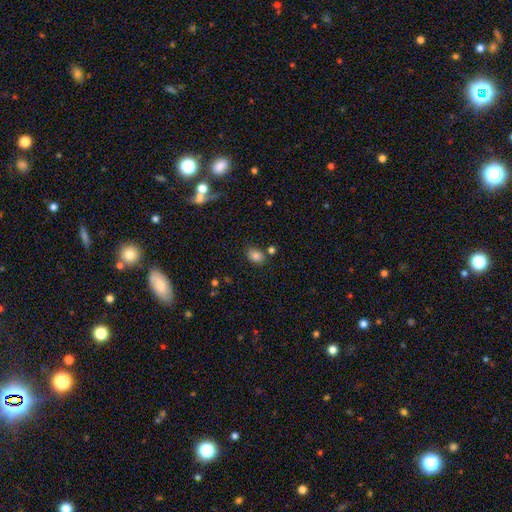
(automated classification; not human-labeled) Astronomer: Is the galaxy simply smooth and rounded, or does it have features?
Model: smooth — 82%.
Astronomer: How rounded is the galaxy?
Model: in between — 75%.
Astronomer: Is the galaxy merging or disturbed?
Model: none — 73%.